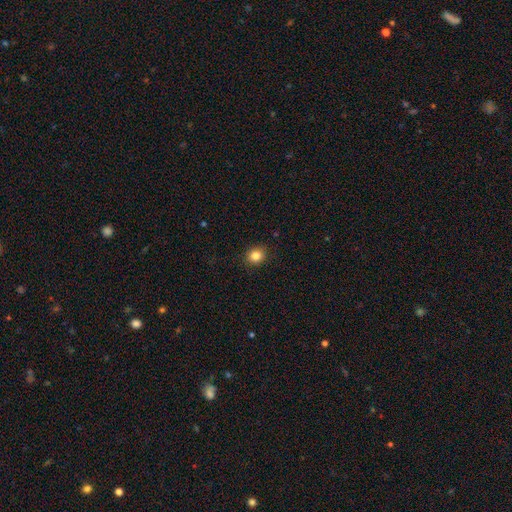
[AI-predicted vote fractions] This is clearly a smooth galaxy (84%). How rounded: likely round (77%). Merging: clearly none (90%).